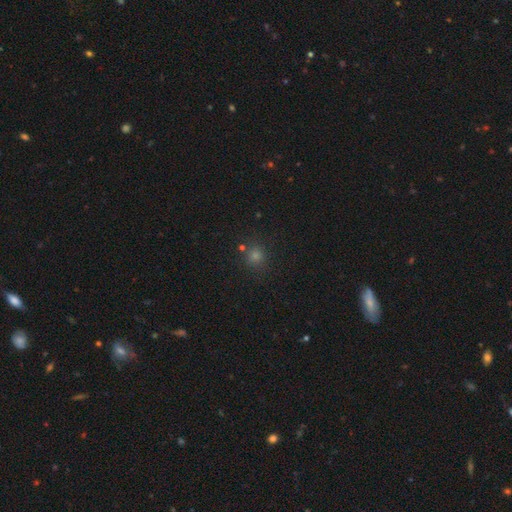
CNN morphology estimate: Q: Smooth or featured?
A: smooth (67%); runner-up: star or artifact (27%)
Q: How rounded?
A: round (91%); runner-up: in between (8%)
Q: Merging?
A: none (83%); runner-up: minor disturbance (8%)